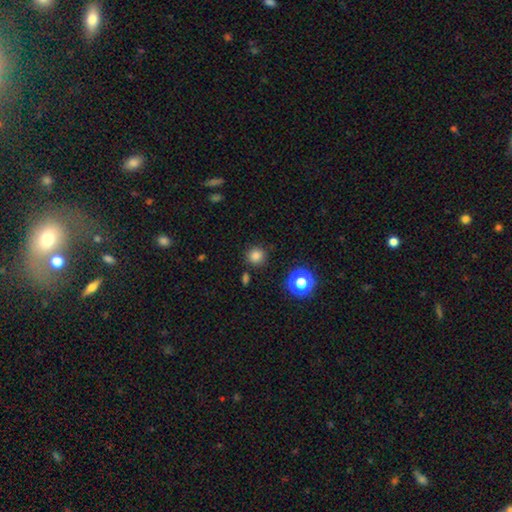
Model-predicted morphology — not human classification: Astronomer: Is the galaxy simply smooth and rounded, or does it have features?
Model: smooth — 81%.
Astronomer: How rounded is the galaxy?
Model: round — 92%.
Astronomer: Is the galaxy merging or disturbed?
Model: none — 86%.